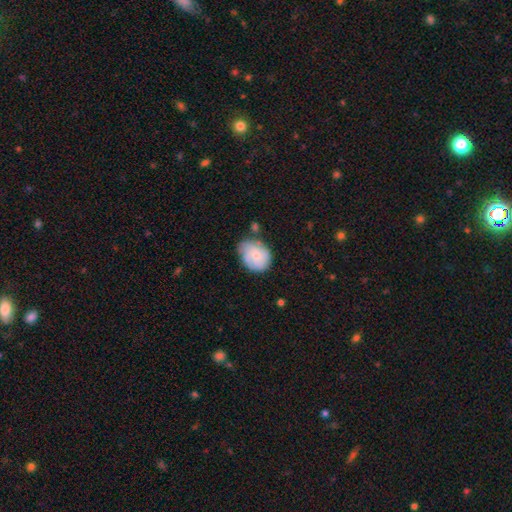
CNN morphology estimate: smooth-or-featured: smooth: 62% | featured or disk: 32% | star or artifact: 7%
  how-rounded: in between: 55% | round: 44% | cigar-shaped: 1%
  merging: none: 55% | minor disturbance: 31% | major disturbance: 8% | merger: 6%